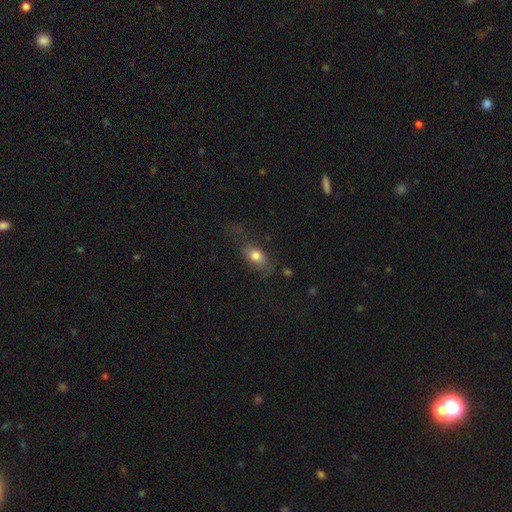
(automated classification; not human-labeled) This is likely a smooth galaxy (76%). How rounded: clearly in between (80%). Merging: possibly none (53%).